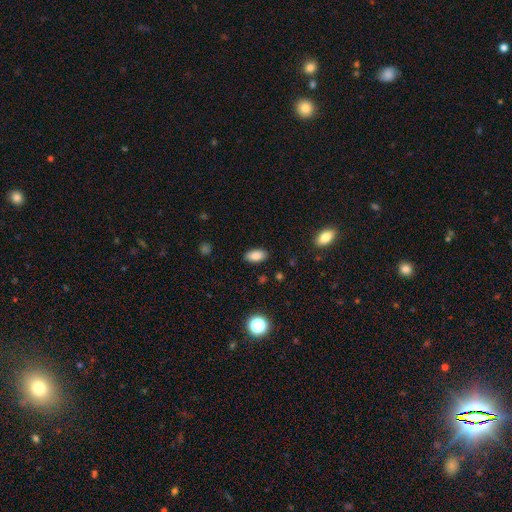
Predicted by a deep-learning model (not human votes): A smooth galaxy with no disk features (85%) that is in between round and cigar-shaped (92%).

Vote fractions:
- Smooth or featured? smooth: 85% / star or artifact: 9% / featured or disk: 6%
- How rounded? in between: 92% / round: 4% / cigar-shaped: 4%
- Merging? none: 88% / minor disturbance: 9% / major disturbance: 2% / merger: 1%